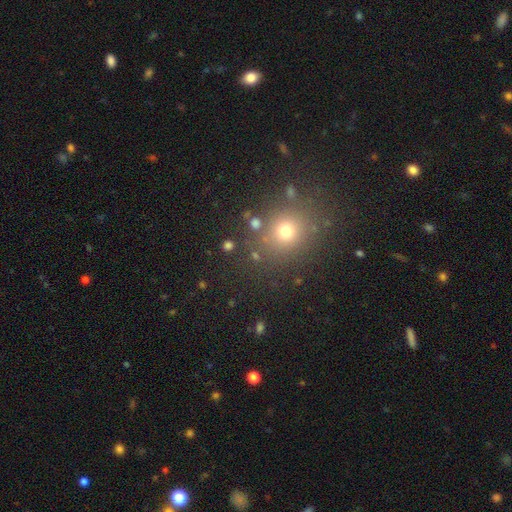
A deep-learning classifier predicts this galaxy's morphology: A smooth galaxy with no disk features (65%) that is round (79%).

Vote fractions:
- Smooth or featured? smooth: 65% / star or artifact: 26% / featured or disk: 8%
- How rounded? round: 79% / in between: 20% / cigar-shaped: 1%
- Merging? none: 81% / minor disturbance: 10% / merger: 5% / major disturbance: 4%